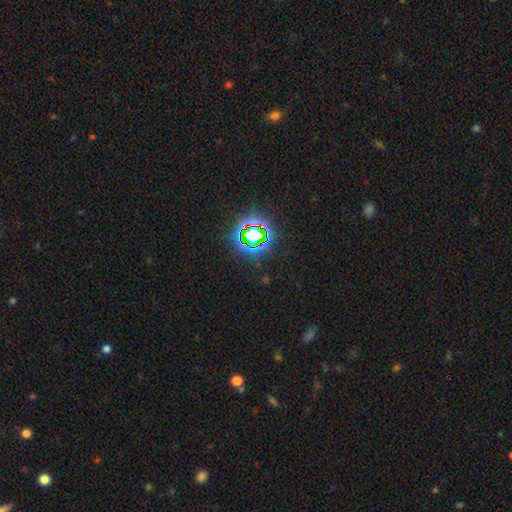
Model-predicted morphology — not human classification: type=star or artifact (77%).